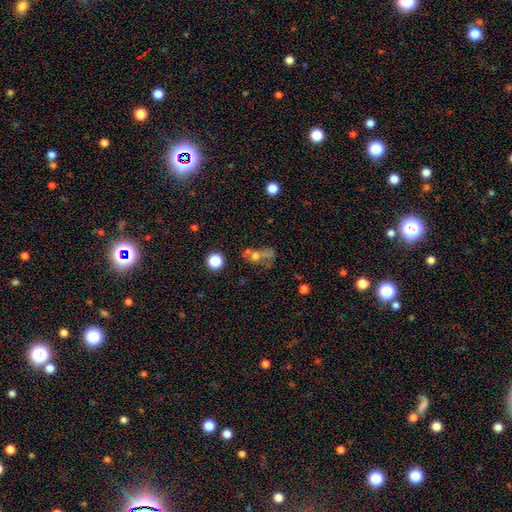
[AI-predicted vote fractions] Morphology: type=smooth (49%); merging=merger (42%).